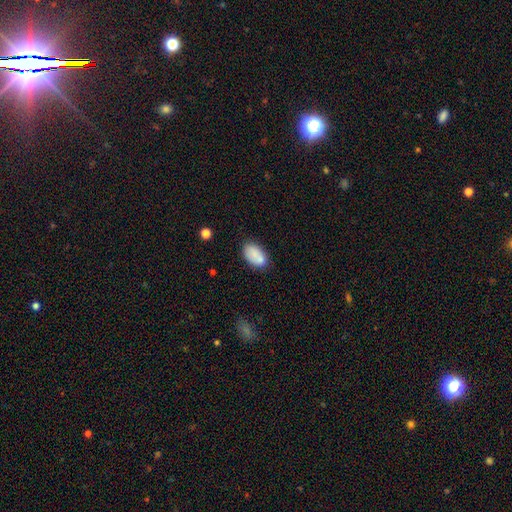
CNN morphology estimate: Smooth or featured: smooth — 82% (featured or disk — 10%)
How rounded: in between — 92% (round — 6%)
Merging: none — 66% (minor disturbance — 18%)